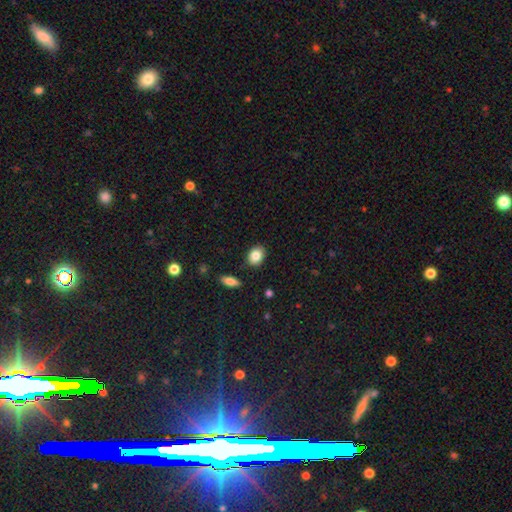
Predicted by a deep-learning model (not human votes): This appears to be a smooth galaxy with no disk features (84%) that is in between round and cigar-shaped (65%). Merging: none (87%).